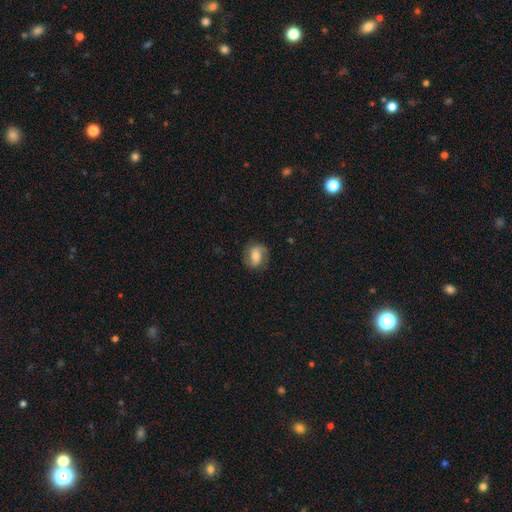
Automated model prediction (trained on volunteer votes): Smooth or featured? featured or disk (52%)
Edge-on disk? no (96%)
Merging? none (78%)